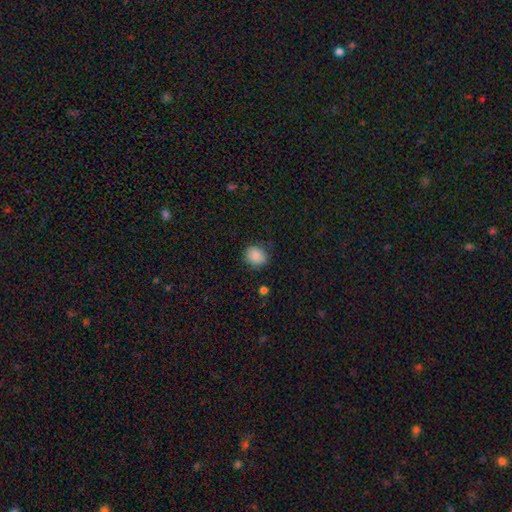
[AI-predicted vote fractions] Smooth or featured? Predicted: smooth (p=0.87). How rounded? Predicted: round (p=0.65). Merging? Predicted: none (p=0.81).